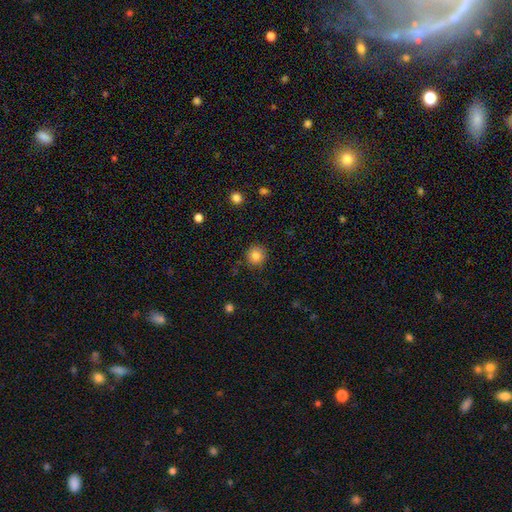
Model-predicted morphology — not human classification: The model was most divided on "smooth or featured": smooth: 84%, star or artifact: 11%, featured or disk: 5%. More confident: how rounded — round (92%); merging — none (89%).